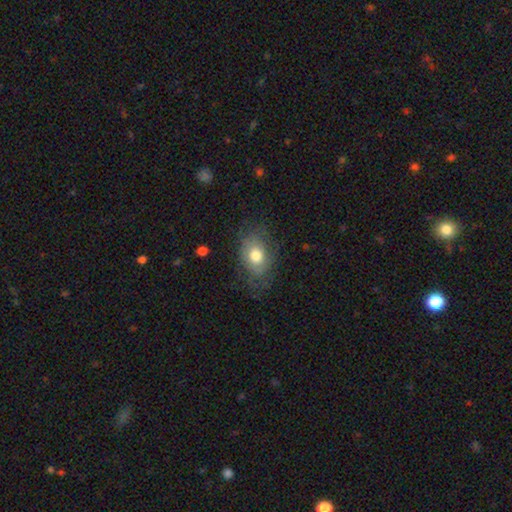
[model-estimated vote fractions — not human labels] Q: Smooth or featured?
A: smooth (61%); runner-up: featured or disk (31%)
Q: How rounded?
A: in between (77%); runner-up: round (21%)
Q: Merging?
A: none (65%); runner-up: minor disturbance (21%)